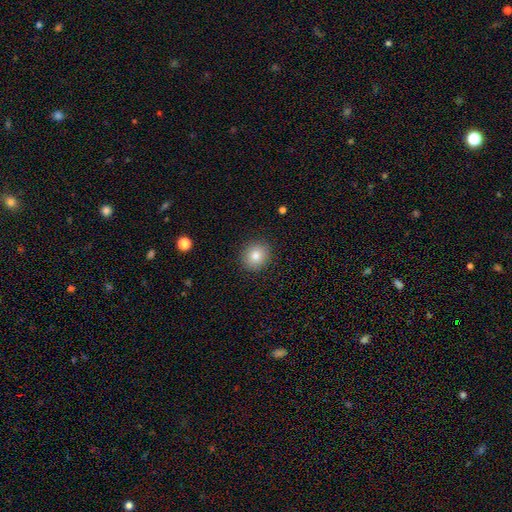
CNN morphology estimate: This is clearly a smooth galaxy (82%). How rounded: clearly round (80%). Merging: clearly none (90%).